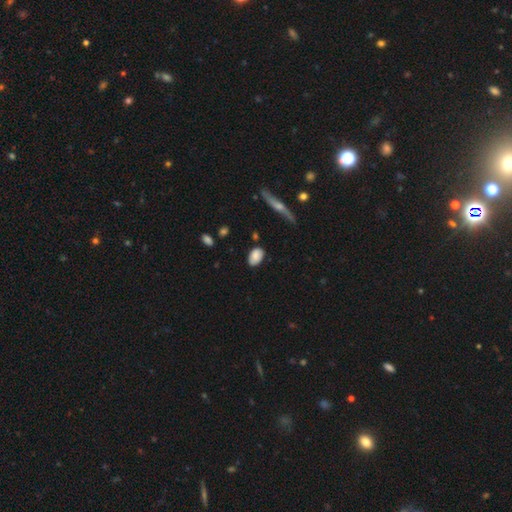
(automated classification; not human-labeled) smooth 80%, featured or disk 13%, star or artifact 7%. Down the decision tree: how rounded — in between (90%); merging — none (78%).